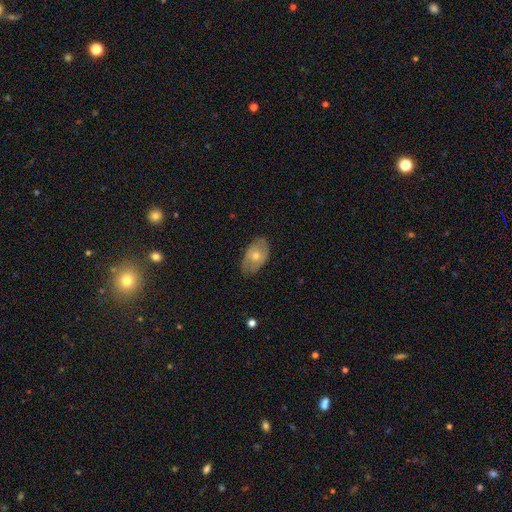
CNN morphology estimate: type=smooth (50%); merging=none (79%).